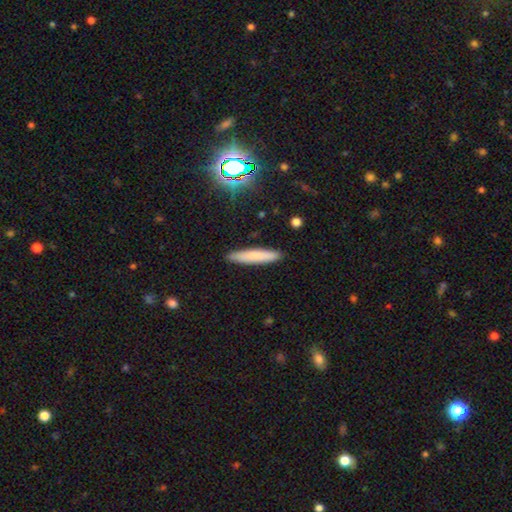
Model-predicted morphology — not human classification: Smooth or featured? smooth (75%)
How rounded? cigar-shaped (91%)
Merging? none (90%)